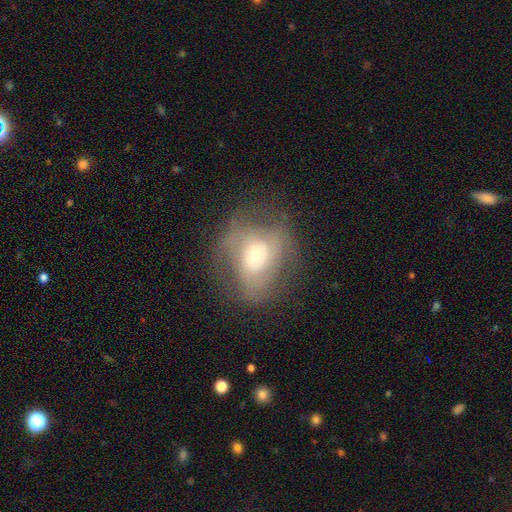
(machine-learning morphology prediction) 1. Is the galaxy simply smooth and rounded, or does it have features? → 56% featured or disk, 35% smooth, 10% star or artifact.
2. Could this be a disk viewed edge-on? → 95% no, 5% yes.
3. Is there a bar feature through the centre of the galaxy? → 79% no, 17% weak, 5% strong.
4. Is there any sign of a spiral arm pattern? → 54% yes, 46% no.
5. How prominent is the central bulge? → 54% small, 35% moderate, 7% large, 2% dominant, 2% none.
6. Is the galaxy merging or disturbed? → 50% none, 24% minor disturbance, 23% major disturbance, 2% merger.